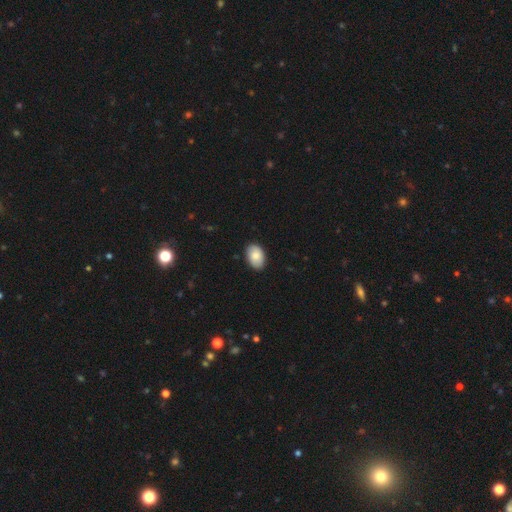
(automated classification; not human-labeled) Smooth or featured: smooth — 84% (featured or disk — 10%)
How rounded: in between — 90% (round — 9%)
Merging: none — 88% (minor disturbance — 10%)